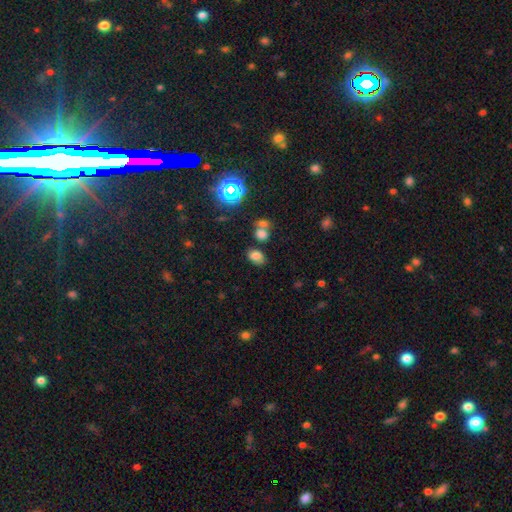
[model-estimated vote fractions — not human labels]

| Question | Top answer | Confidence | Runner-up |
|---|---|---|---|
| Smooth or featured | smooth | 71% | star or artifact (20%) |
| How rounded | in between | 78% | round (20%) |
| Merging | none | 60% | merger (17%) |